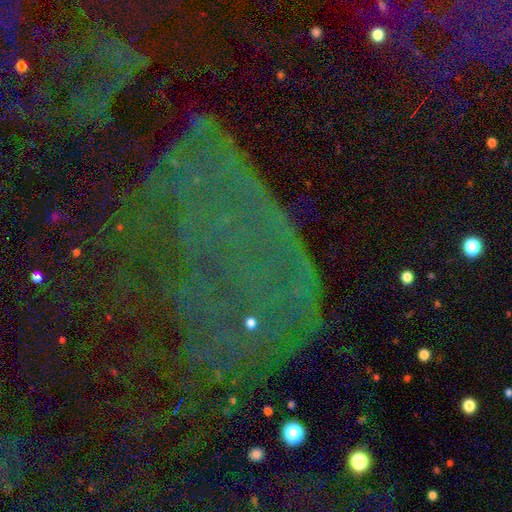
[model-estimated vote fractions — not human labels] Smooth or featured? star or artifact (72%)